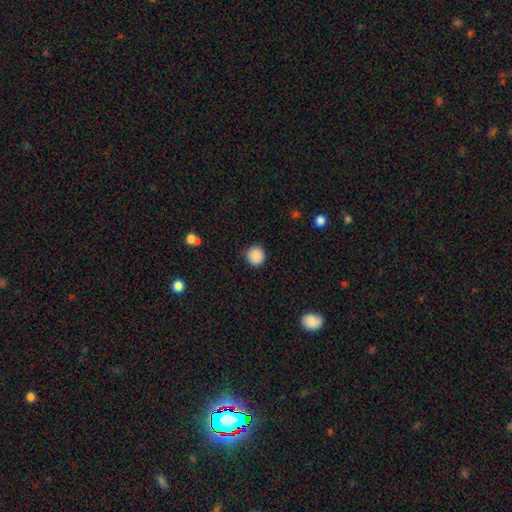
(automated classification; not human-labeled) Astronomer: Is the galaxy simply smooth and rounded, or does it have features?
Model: smooth — 89%.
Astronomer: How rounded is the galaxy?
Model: round — 94%.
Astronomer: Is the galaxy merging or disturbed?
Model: none — 90%.